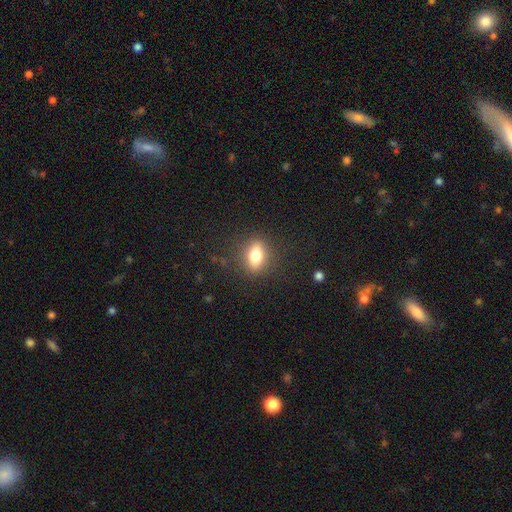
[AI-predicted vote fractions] Q: Smooth or featured?
A: smooth (73%); runner-up: featured or disk (17%)
Q: How rounded?
A: in between (72%); runner-up: round (20%)
Q: Merging?
A: none (85%); runner-up: minor disturbance (10%)